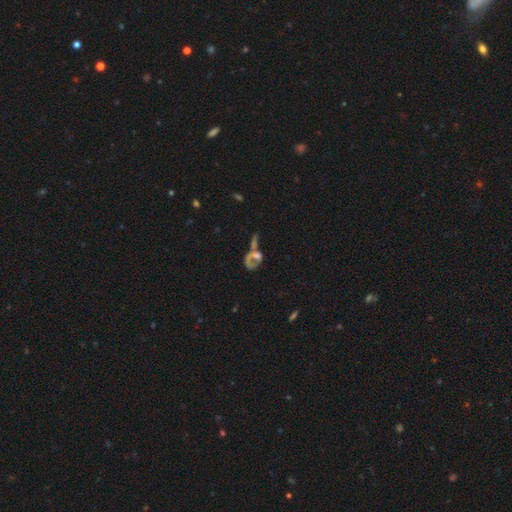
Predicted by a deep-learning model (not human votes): This appears to be a featured or disk galaxy (48%). Merging: merger (44%).